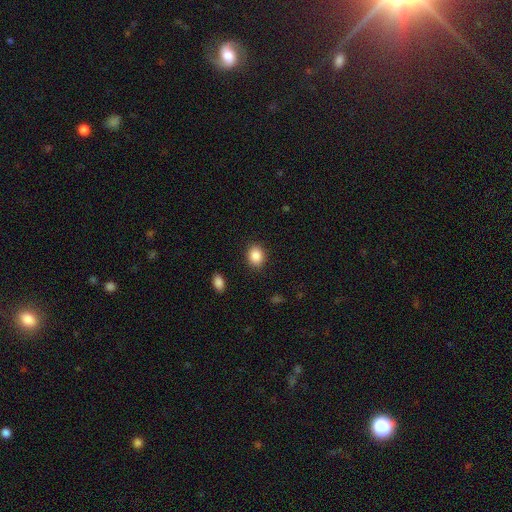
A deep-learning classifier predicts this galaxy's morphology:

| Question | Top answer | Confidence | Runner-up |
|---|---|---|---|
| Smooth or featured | smooth | 88% | star or artifact (9%) |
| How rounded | in between | 50% | round (49%) |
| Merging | none | 88% | minor disturbance (8%) |